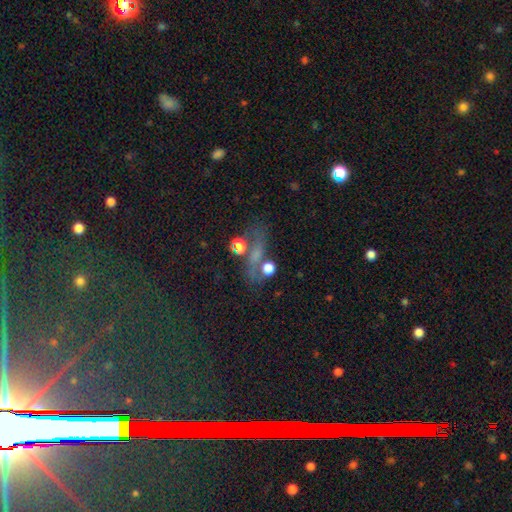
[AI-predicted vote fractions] Smooth or featured? smooth (40%)
Merging? none (59%)